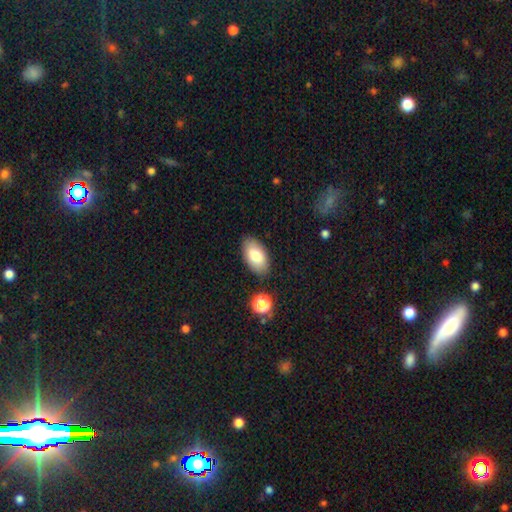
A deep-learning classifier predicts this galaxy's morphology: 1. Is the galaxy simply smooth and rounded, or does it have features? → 79% smooth, 13% featured or disk, 7% star or artifact.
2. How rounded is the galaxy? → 94% in between, 4% round, 2% cigar-shaped.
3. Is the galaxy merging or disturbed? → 85% none, 10% minor disturbance, 2% major disturbance, 2% merger.